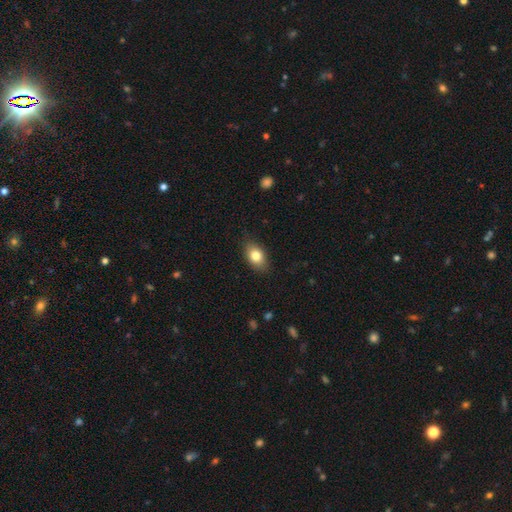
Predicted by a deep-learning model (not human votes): This is clearly a smooth galaxy (81%). How rounded: clearly in between (85%). Merging: clearly none (84%).